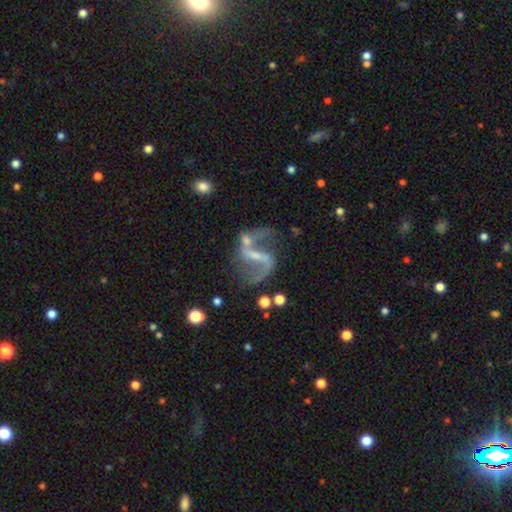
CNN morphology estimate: A featured or disk galaxy (87%) with a strong bar (51%), 2 (91%) loose (65%) spiral arms (93%) and a small central bulge (51%). Merging: none (53%).